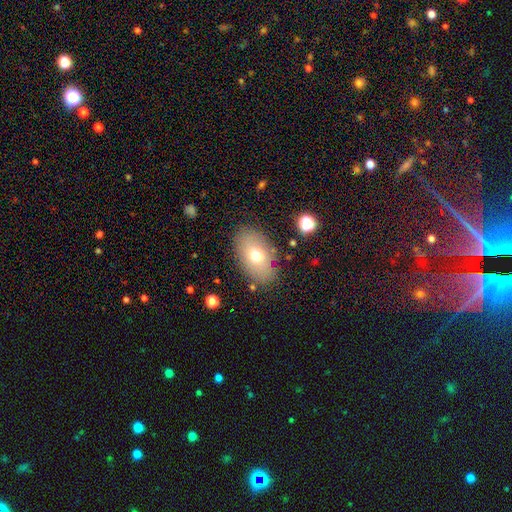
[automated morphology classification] smooth-or-featured: smooth: 69% | featured or disk: 21% | star or artifact: 10%
  how-rounded: in between: 88% | round: 11% | cigar-shaped: 1%
  merging: none: 82% | minor disturbance: 11% | major disturbance: 4% | merger: 2%